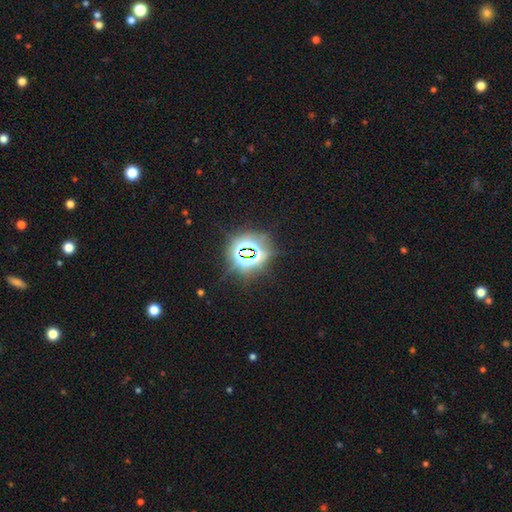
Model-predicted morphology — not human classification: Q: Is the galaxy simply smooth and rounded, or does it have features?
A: star or artifact — 78%.